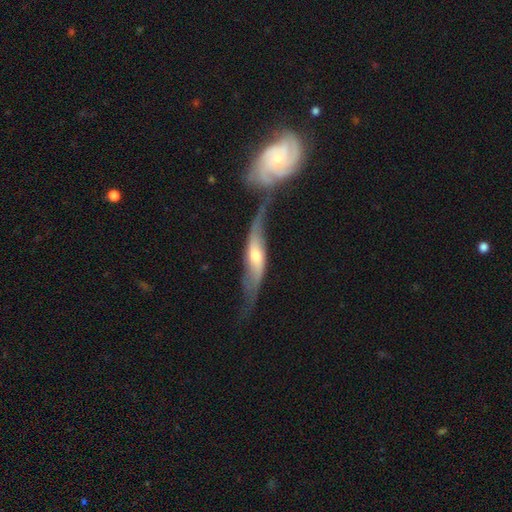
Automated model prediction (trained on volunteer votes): Smooth or featured?
  - featured or disk: 72% *
  - smooth: 23%
  - star or artifact: 6%
Edge-on disk?
  - no: 55% *
  - yes: 45%
Merging?
  - none: 36% *
  - merger: 29%
  - minor disturbance: 20%
  - major disturbance: 15%